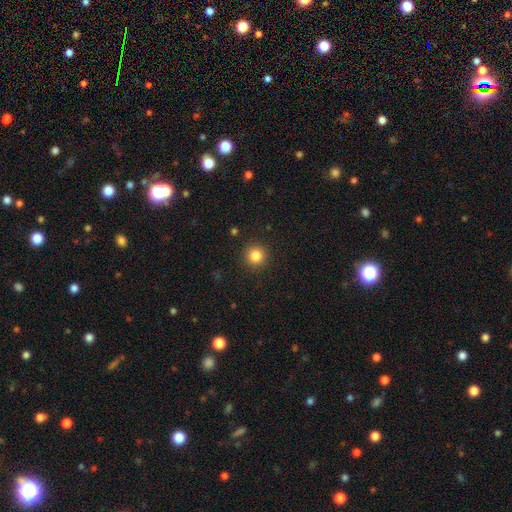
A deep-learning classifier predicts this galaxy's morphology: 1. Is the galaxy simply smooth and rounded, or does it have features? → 84% smooth, 12% star or artifact, 5% featured or disk.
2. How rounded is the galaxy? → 95% round, 4% in between, 1% cigar-shaped.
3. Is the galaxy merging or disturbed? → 92% none, 5% minor disturbance, 2% major disturbance, 1% merger.